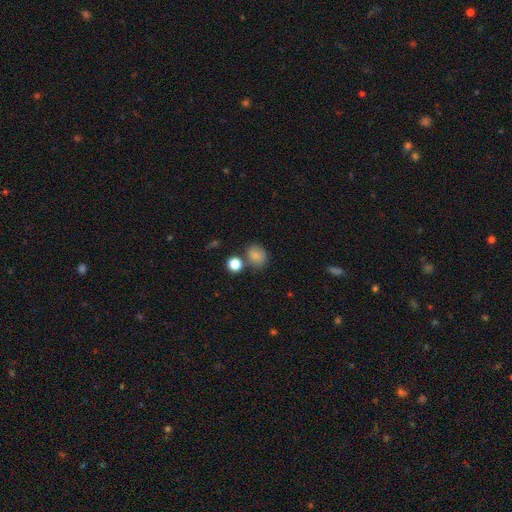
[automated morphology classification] smooth 82%, star or artifact 12%, featured or disk 7%. Down the decision tree: how rounded — round (60%); merging — none (68%).